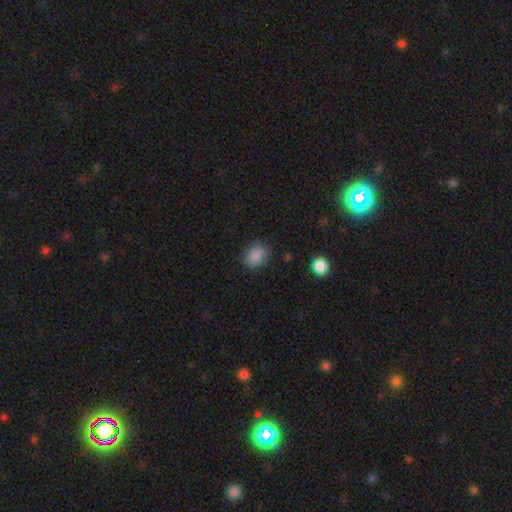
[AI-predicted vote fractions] A smooth galaxy with no disk features (87%) that is in between round and cigar-shaped (51%).

Vote fractions:
- Smooth or featured? smooth: 87% / star or artifact: 9% / featured or disk: 4%
- How rounded? in between: 51% / round: 48% / cigar-shaped: 1%
- Merging? none: 82% / minor disturbance: 14% / major disturbance: 3% / merger: 1%